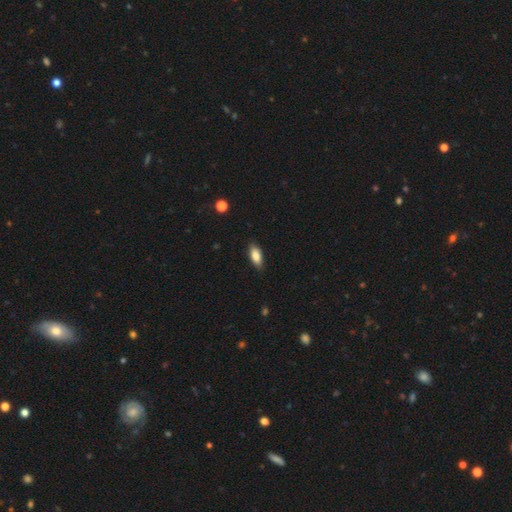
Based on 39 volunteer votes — Q: Smooth or featured?
A: smooth (77%); runner-up: featured or disk (21%)
Q: How rounded?
A: in between (67%); runner-up: cigar-shaped (33%)
Q: Merging?
A: none (89%); runner-up: minor disturbance (5%)